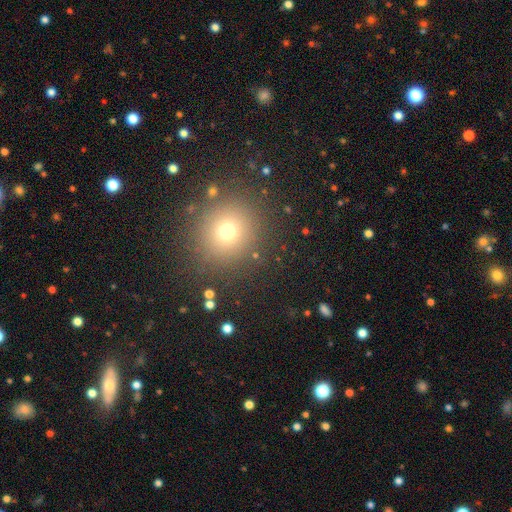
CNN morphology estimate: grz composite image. It shows a smooth galaxy with no disk features (53%) that is round (92%). Merging: none (89%).